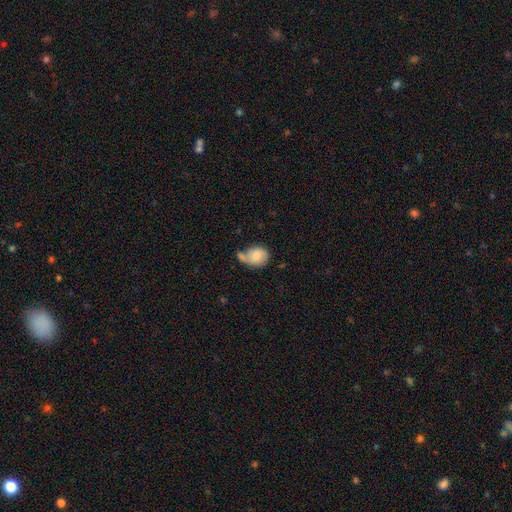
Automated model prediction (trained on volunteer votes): Overall: smooth (69%). How rounded: round (52%; in between 47%). Merging: none (34%; merger 26%).